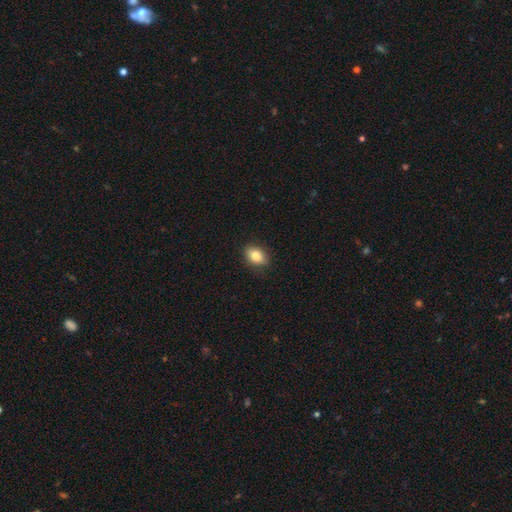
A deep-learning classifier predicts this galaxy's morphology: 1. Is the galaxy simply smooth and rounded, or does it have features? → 82% smooth, 10% featured or disk, 8% star or artifact.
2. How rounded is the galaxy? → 76% in between, 22% round, 2% cigar-shaped.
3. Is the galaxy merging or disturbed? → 86% none, 11% minor disturbance, 2% major disturbance, 1% merger.